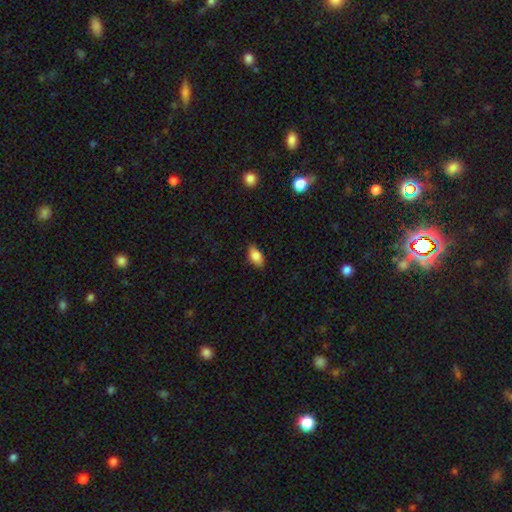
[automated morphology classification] smooth 85%, featured or disk 7%, star or artifact 7%. Down the decision tree: how rounded — in between (91%); merging — none (83%).